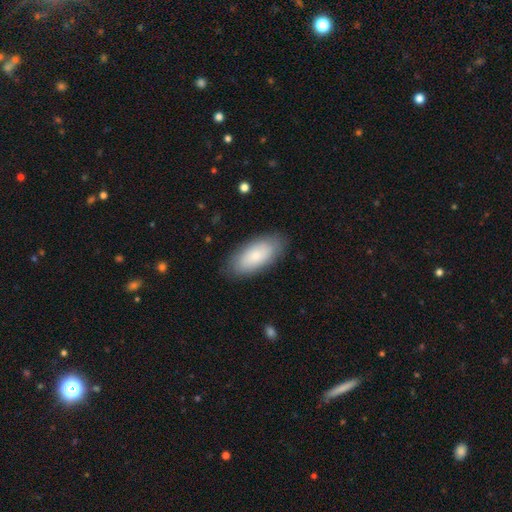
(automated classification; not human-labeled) Morphology: type=smooth (77%); roundness=in between (91%); merging=none (84%).